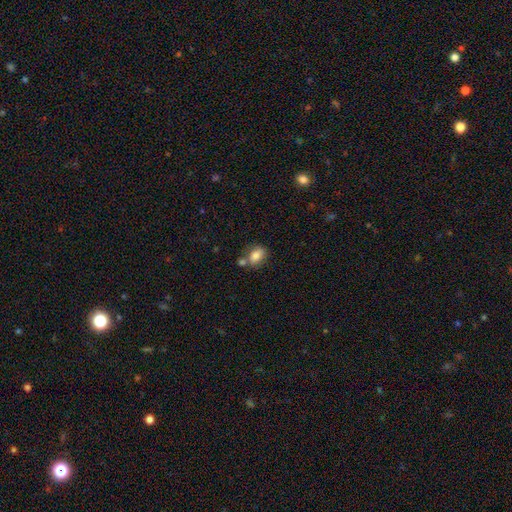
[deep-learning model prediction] The model was most divided on "merging": none: 57%, merger: 24%, minor disturbance: 15%, major disturbance: 4%. More confident: smooth or featured — smooth (81%); how rounded — in between (75%).